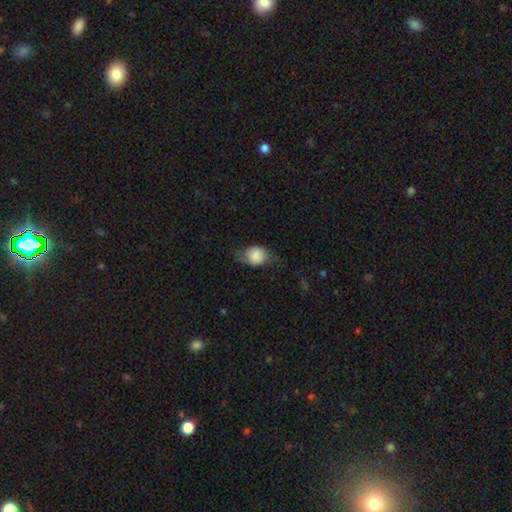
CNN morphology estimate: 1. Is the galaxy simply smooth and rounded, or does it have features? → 72% smooth, 19% featured or disk, 8% star or artifact.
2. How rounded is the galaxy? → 51% round, 48% in between, 1% cigar-shaped.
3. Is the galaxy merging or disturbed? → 53% none, 28% minor disturbance, 17% major disturbance, 2% merger.